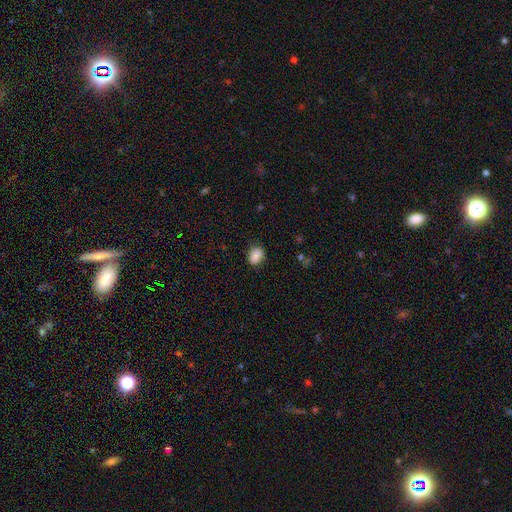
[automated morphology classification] Smooth or featured? smooth (88%)
How rounded? in between (66%)
Merging? none (79%)